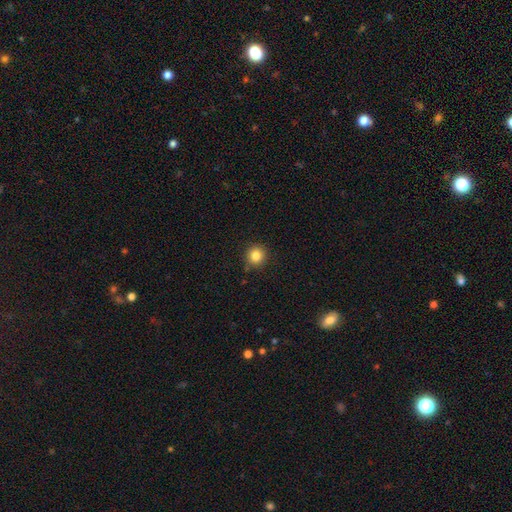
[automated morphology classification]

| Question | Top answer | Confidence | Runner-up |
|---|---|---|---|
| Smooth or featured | smooth | 84% | star or artifact (11%) |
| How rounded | round | 93% | in between (6%) |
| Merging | none | 87% | minor disturbance (9%) |